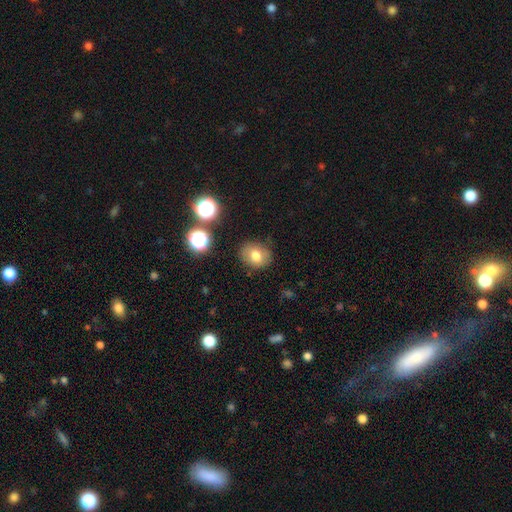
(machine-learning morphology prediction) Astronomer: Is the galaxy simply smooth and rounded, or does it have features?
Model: smooth — 75%.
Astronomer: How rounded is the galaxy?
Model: round — 54% (runner-up: in between, 45%).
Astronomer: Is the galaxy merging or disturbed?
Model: none — 82%.